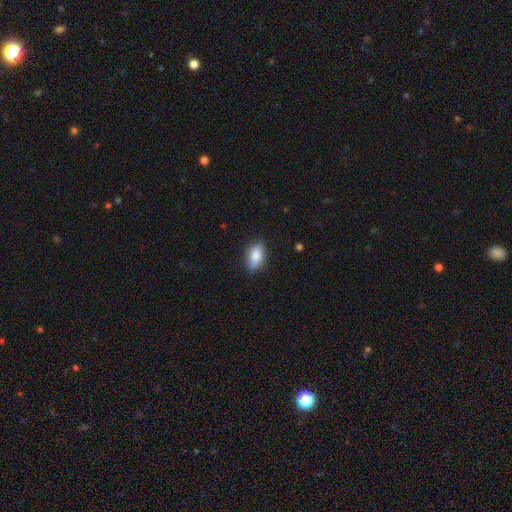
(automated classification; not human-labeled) smooth-or-featured: smooth: 79% | featured or disk: 14% | star or artifact: 7%
  how-rounded: in between: 85% | cigar-shaped: 10% | round: 5%
  merging: none: 83% | minor disturbance: 13% | major disturbance: 2% | merger: 1%